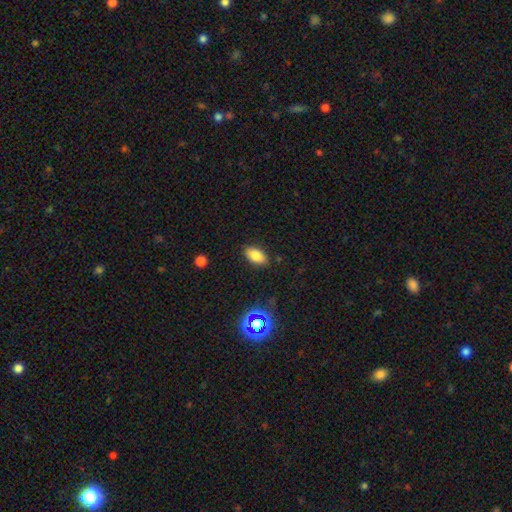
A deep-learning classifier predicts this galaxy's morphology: A smooth galaxy with no disk features (80%) that is in between round and cigar-shaped (91%). Merging: none (86%).